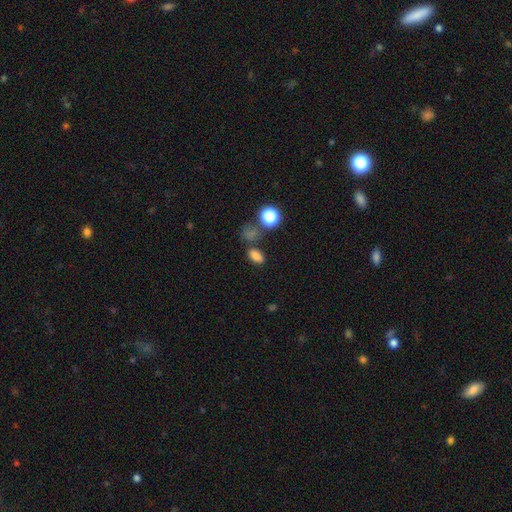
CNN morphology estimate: smooth 79%, star or artifact 16%, featured or disk 6%. Down the decision tree: how rounded — in between (84%); merging — none (66%).